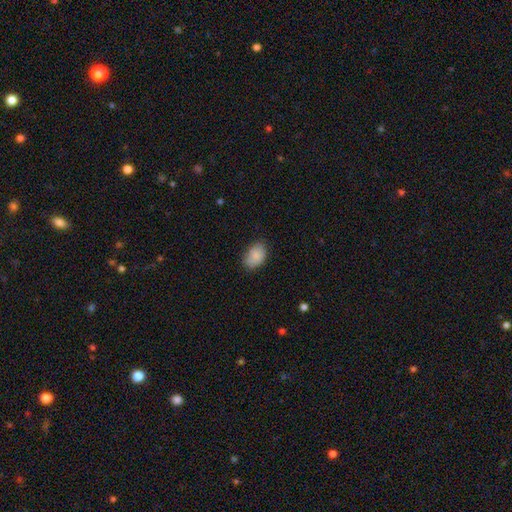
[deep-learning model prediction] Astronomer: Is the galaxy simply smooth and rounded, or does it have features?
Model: smooth — 87%.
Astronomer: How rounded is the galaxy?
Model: in between — 86%.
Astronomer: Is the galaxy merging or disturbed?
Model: none — 75%.